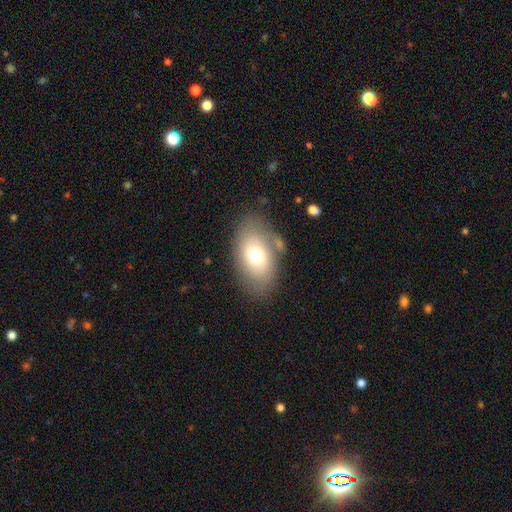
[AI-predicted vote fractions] A smooth galaxy with no disk features (64%) that is in between round and cigar-shaped (89%).

Vote fractions:
- Smooth or featured? smooth: 64% / featured or disk: 28% / star or artifact: 8%
- How rounded? in between: 89% / round: 10% / cigar-shaped: 1%
- Merging? none: 69% / minor disturbance: 18% / major disturbance: 7% / merger: 6%